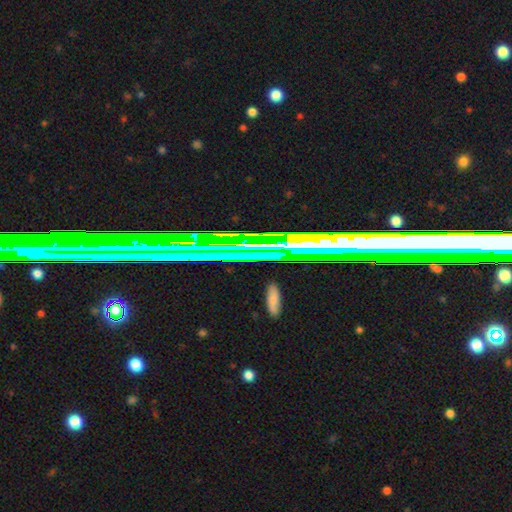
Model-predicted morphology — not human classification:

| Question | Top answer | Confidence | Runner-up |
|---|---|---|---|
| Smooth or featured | star or artifact | 57% | featured or disk (30%) |